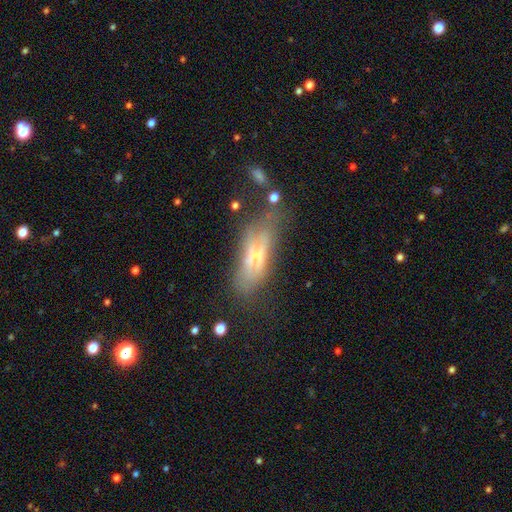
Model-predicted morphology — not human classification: A featured or disk galaxy (55%) viewed edge-on (59%).

Vote fractions:
- Smooth or featured? featured or disk: 55% / smooth: 34% / star or artifact: 11%
- Edge-on disk? yes: 59% / no: 41%
- Merging? none: 50% / minor disturbance: 24% / major disturbance: 18% / merger: 7%